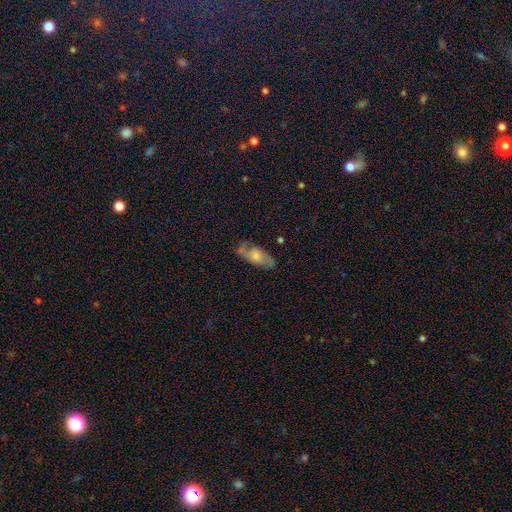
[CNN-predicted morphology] featured or disk 56%, smooth 37%, star or artifact 8%. Down the decision tree: edge-on disk — no (86%); merging — none (66%).